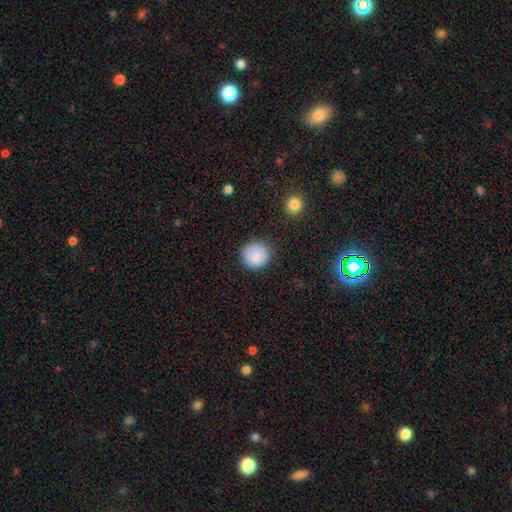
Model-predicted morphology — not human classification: smooth_or_featured: smooth (p=0.86) [alt: star or artifact p=0.08]
how_rounded: round (p=0.93) [alt: in between p=0.06]
merging: none (p=0.88) [alt: minor disturbance p=0.09]